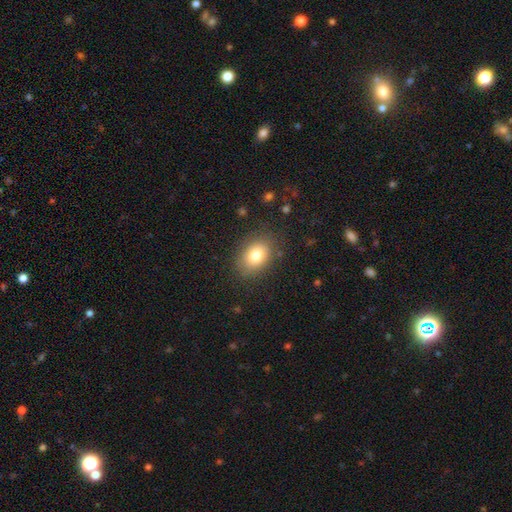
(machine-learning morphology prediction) A smooth galaxy with no disk features (80%) that is in between round and cigar-shaped (74%).

Vote fractions:
- Smooth or featured? smooth: 80% / featured or disk: 11% / star or artifact: 9%
- How rounded? in between: 74% / round: 25% / cigar-shaped: 1%
- Merging? none: 83% / minor disturbance: 12% / major disturbance: 4% / merger: 1%